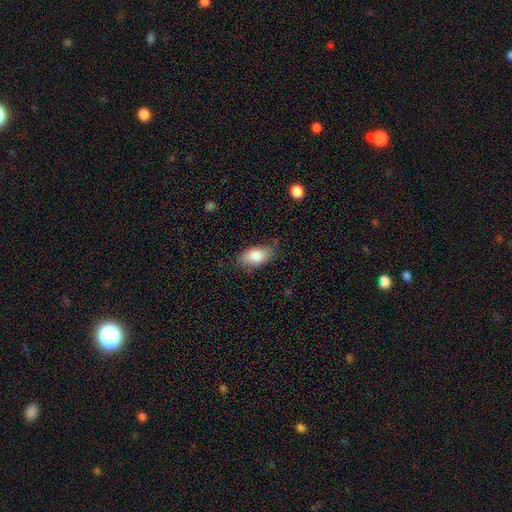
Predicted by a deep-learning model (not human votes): Morphology: type=smooth (82%); roundness=in between (93%); merging=none (74%).